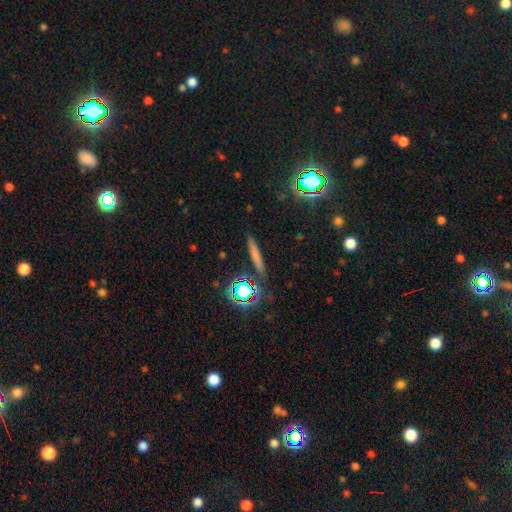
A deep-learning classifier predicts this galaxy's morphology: Smooth or featured? smooth (65%)
How rounded? cigar-shaped (88%)
Merging? none (85%)